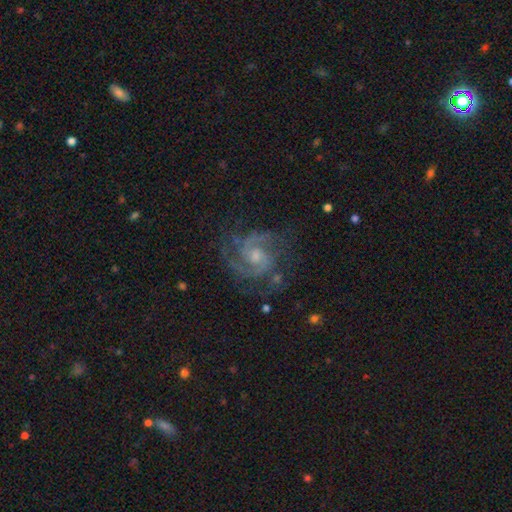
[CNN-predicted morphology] type=featured or disk (90%); edge-on=no (98%); bar=no (54%); spiral arms=yes (98%); winding=medium (51%); arm count=2 (65%); bulge=small (53%); merging=none (73%).